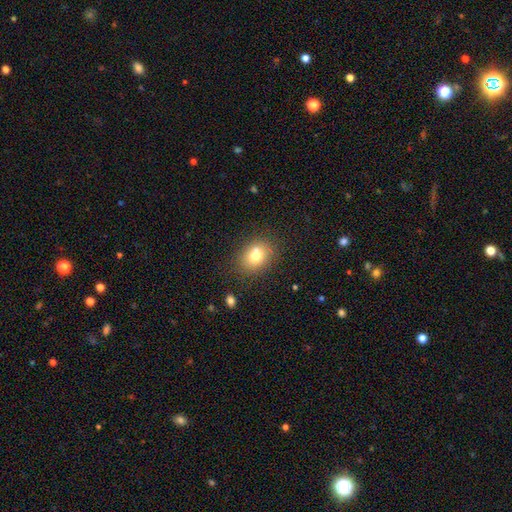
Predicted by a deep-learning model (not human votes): A smooth galaxy with no disk features (76%) that is in between round and cigar-shaped (50%).

Vote fractions:
- Smooth or featured? smooth: 76% / featured or disk: 13% / star or artifact: 12%
- How rounded? in between: 50% / round: 49% / cigar-shaped: 1%
- Merging? none: 77% / minor disturbance: 13% / merger: 6% / major disturbance: 4%